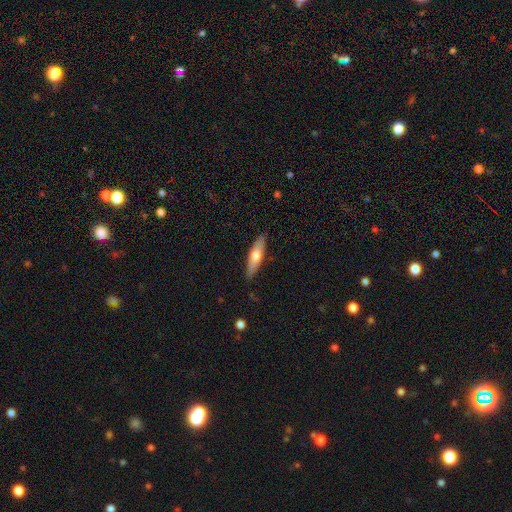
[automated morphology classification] The model was most divided on "smooth or featured": smooth: 58%, featured or disk: 37%, star or artifact: 5%. More confident: merging — none (87%); how rounded — cigar-shaped (66%).